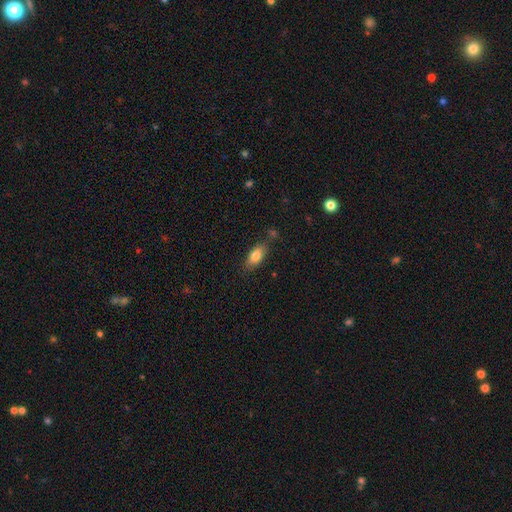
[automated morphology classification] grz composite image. It shows a smooth galaxy with no disk features (80%) that is in between round and cigar-shaped (86%). Merging: none (75%).